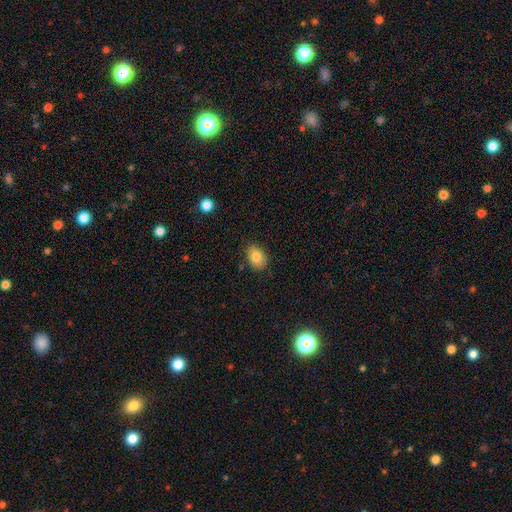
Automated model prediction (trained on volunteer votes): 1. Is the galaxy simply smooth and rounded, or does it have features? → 84% smooth, 8% star or artifact, 8% featured or disk.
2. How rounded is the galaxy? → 78% in between, 20% round, 1% cigar-shaped.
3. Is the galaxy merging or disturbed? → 82% none, 14% minor disturbance, 3% major disturbance, 1% merger.